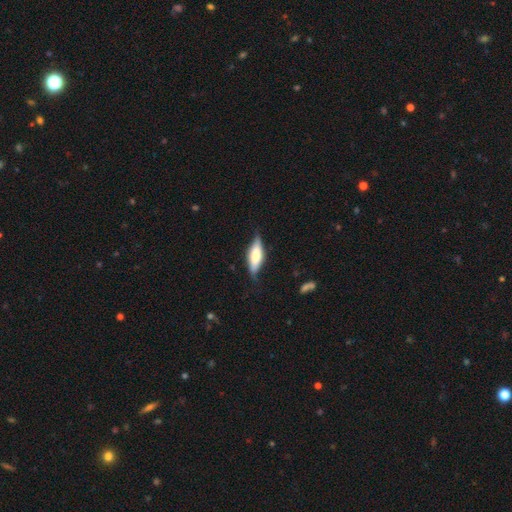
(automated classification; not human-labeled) Morphology: type=smooth (52%); roundness=in between (59%); merging=none (73%).